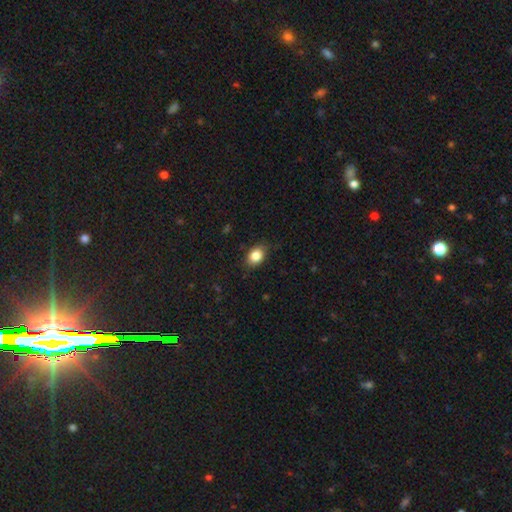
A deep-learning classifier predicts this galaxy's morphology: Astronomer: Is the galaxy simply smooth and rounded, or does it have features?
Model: smooth — 85%.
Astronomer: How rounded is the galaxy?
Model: in between — 71%.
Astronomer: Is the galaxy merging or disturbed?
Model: none — 82%.